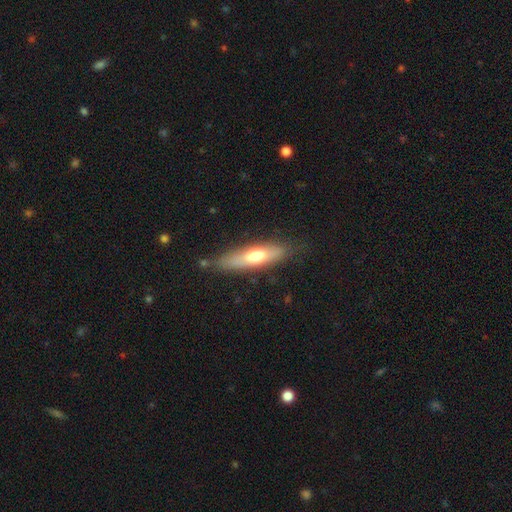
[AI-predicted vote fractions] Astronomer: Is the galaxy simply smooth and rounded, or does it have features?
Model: smooth — 56% (runner-up: featured or disk, 38%).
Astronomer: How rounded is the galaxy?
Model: cigar-shaped — 60% (runner-up: in between, 38%).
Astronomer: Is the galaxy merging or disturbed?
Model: none — 76%.